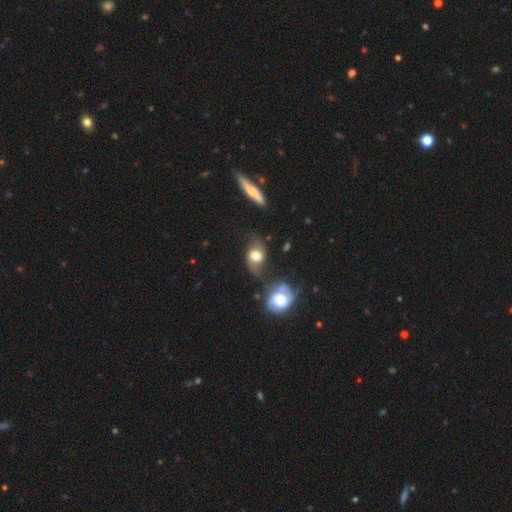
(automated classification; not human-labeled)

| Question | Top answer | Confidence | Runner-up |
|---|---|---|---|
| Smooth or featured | smooth | 50% | featured or disk (41%) |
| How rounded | in between | 67% | round (31%) |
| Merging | none | 54% | minor disturbance (22%) |